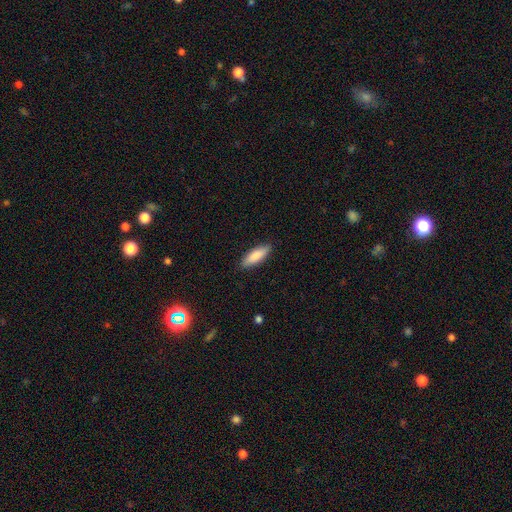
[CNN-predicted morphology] This is clearly a smooth galaxy (85%). How rounded: possibly in between (55%). Merging: clearly none (88%).